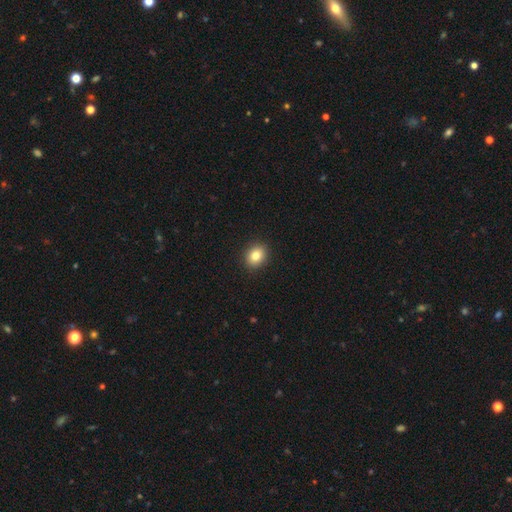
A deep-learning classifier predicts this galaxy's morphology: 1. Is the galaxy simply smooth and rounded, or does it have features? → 82% smooth, 10% star or artifact, 8% featured or disk.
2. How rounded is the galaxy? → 57% round, 42% in between, 1% cigar-shaped.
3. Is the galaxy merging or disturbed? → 91% none, 6% minor disturbance, 2% major disturbance, 1% merger.